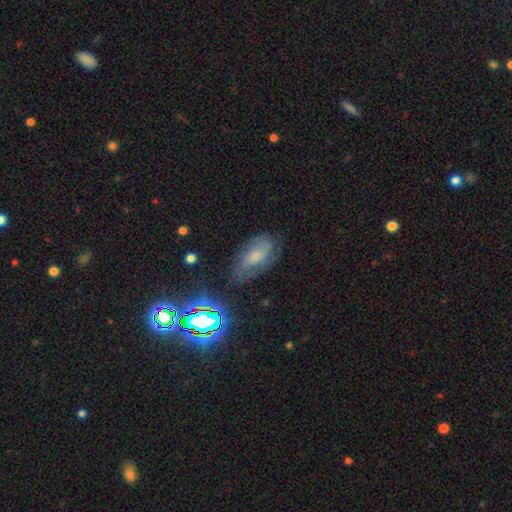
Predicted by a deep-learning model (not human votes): Overall: smooth (44%; featured or disk 37%). Merging: none (62%; minor disturbance 25%).